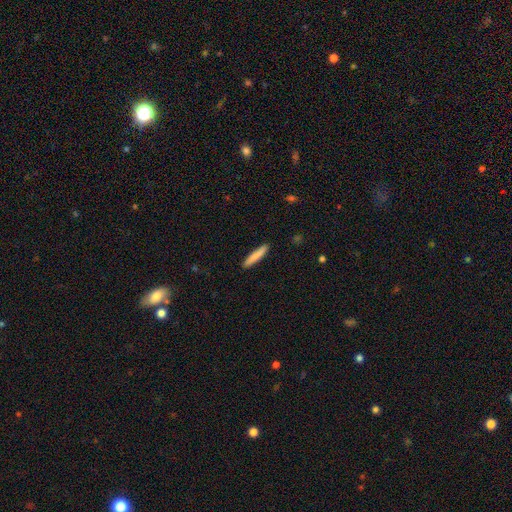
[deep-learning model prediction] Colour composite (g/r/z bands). It shows a smooth galaxy with no disk features (82%) that is cigar-shaped (93%). Merging: none (91%).